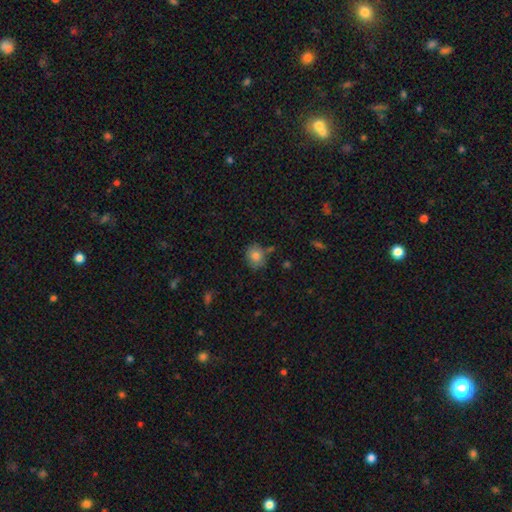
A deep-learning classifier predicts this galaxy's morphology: Smooth or featured: smooth — 82% (star or artifact — 10%)
How rounded: round — 75% (in between — 24%)
Merging: none — 76% (minor disturbance — 15%)